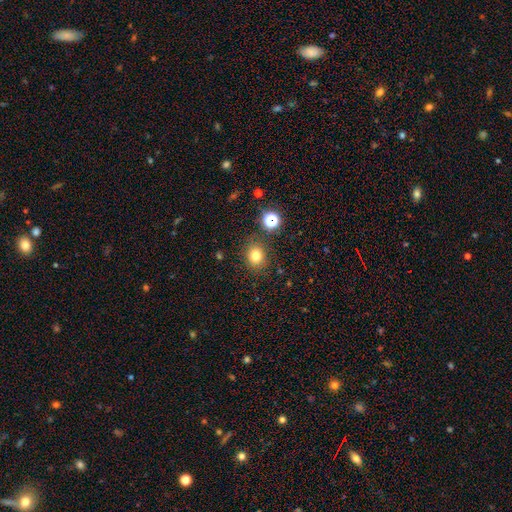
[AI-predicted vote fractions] The model was most divided on "how rounded": round: 66%, in between: 33%, cigar-shaped: 1%. More confident: merging — none (84%); smooth or featured — smooth (76%).